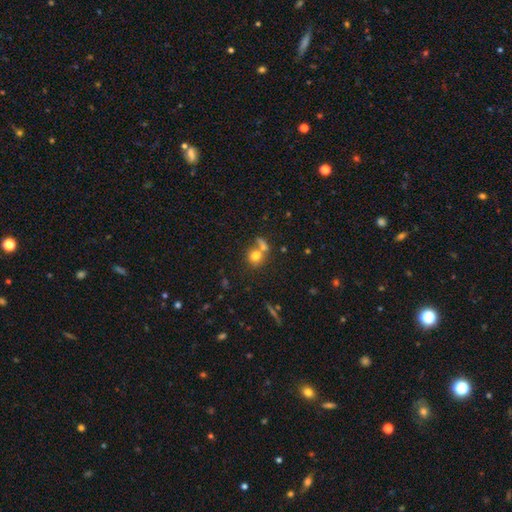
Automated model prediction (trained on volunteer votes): This is likely a smooth galaxy (74%). How rounded: likely round (73%). Merging: marginally merger (45%).